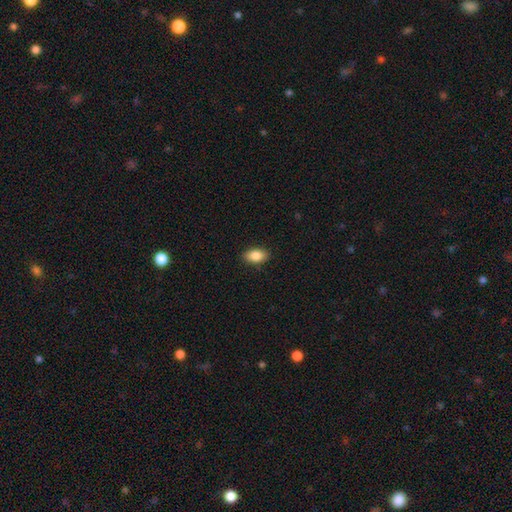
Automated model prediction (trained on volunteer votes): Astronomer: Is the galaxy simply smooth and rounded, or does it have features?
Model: smooth — 86%.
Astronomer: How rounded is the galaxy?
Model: in between — 91%.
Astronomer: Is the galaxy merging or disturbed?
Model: none — 89%.